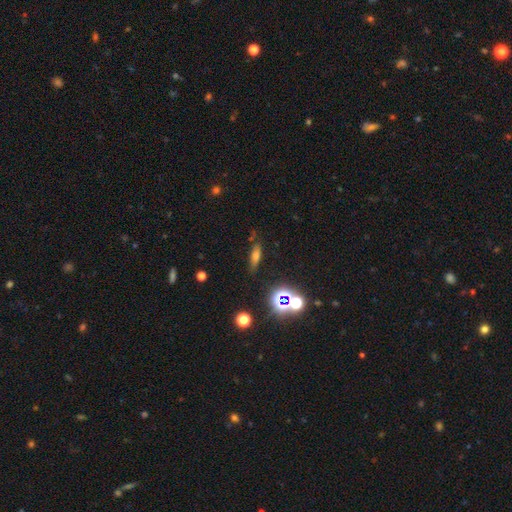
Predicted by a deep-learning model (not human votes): A smooth galaxy with no disk features (52%) that is cigar-shaped (53%). Merging: none (78%).